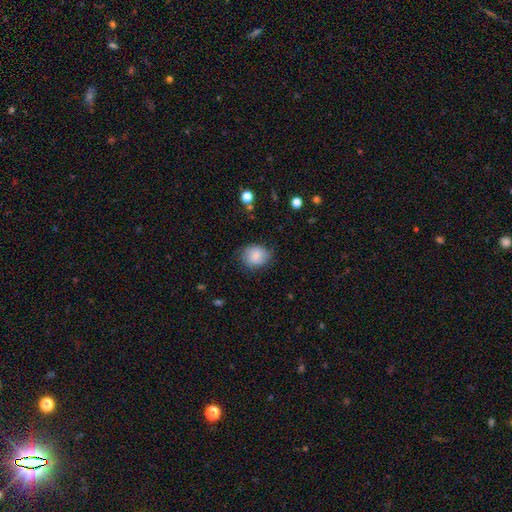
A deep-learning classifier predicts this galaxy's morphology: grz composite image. It shows a smooth galaxy with no disk features (80%) that is round (60%). Merging: none (73%).